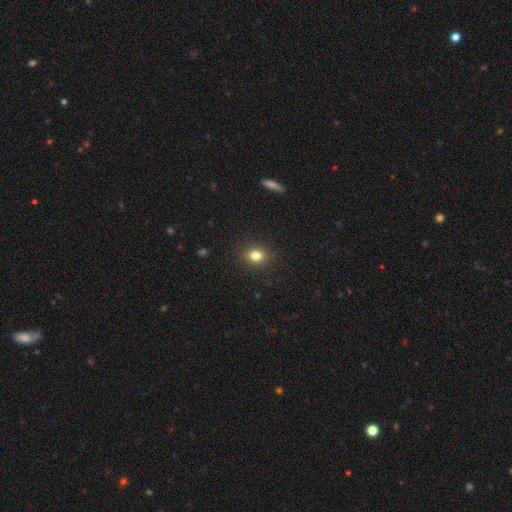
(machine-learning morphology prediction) Smooth or featured?
  - smooth: 81% *
  - star or artifact: 12%
  - featured or disk: 7%
How rounded?
  - round: 53% *
  - in between: 46%
  - cigar-shaped: 1%
Merging?
  - none: 90% *
  - minor disturbance: 7%
  - major disturbance: 2%
  - merger: 1%